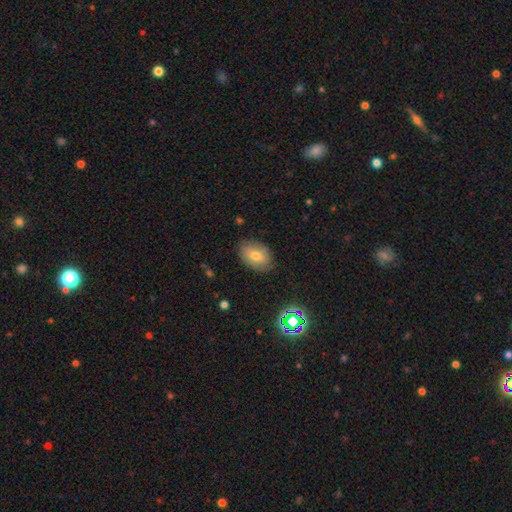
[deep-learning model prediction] Smooth or featured? smooth (69%)
How rounded? in between (84%)
Merging? none (82%)